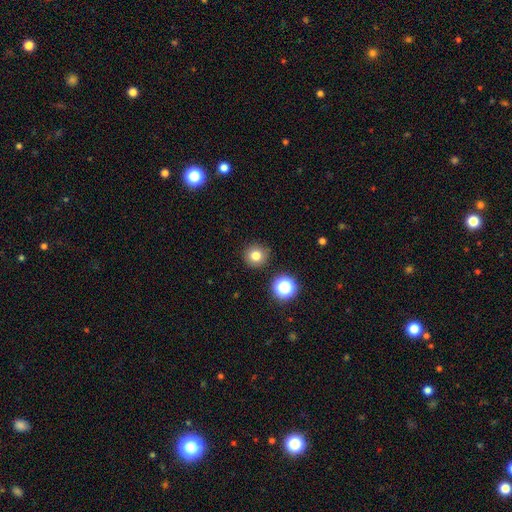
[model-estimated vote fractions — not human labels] This is likely a smooth galaxy (78%). How rounded: clearly round (94%). Merging: clearly none (89%).